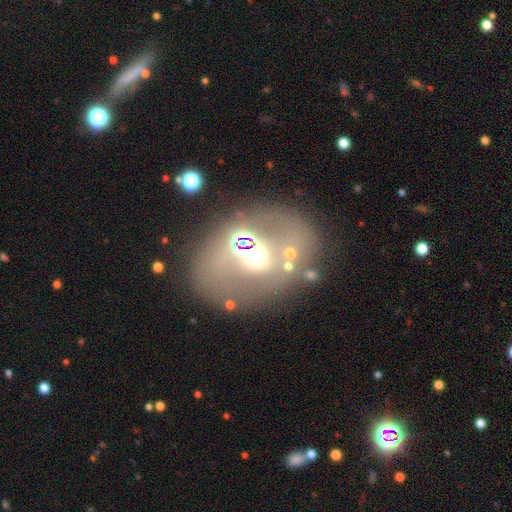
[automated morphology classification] smooth_or_featured: smooth (p=0.38) [tied with: featured or disk p=0.38]
merging: none (p=0.63) [alt: minor disturbance p=0.14]